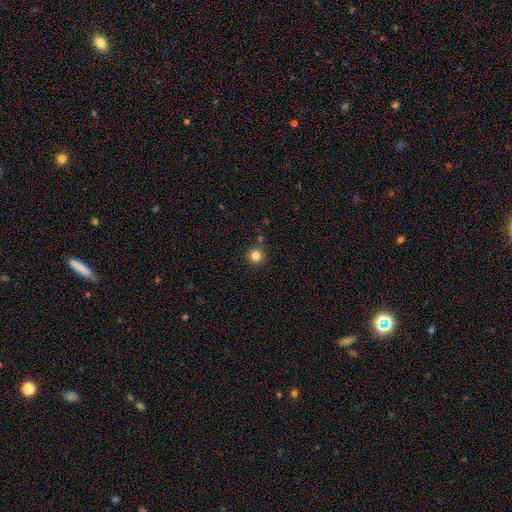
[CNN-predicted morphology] Smooth or featured?
  - smooth: 83% *
  - star or artifact: 12%
  - featured or disk: 5%
How rounded?
  - round: 95% *
  - in between: 4%
  - cigar-shaped: 1%
Merging?
  - none: 85% *
  - minor disturbance: 8%
  - merger: 6%
  - major disturbance: 2%